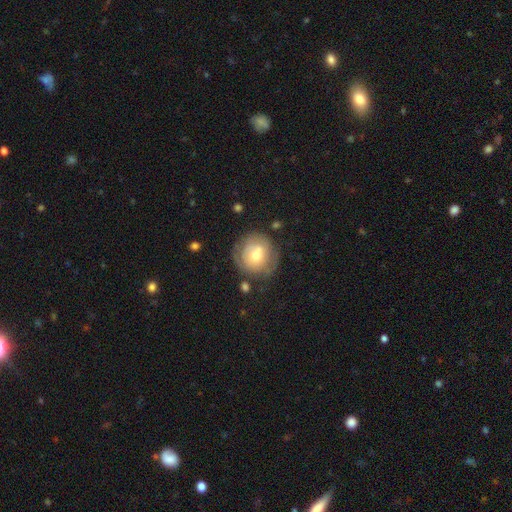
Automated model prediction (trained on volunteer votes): This appears to be a smooth galaxy with no disk features (50%) that is round (89%). Merging: none (64%).